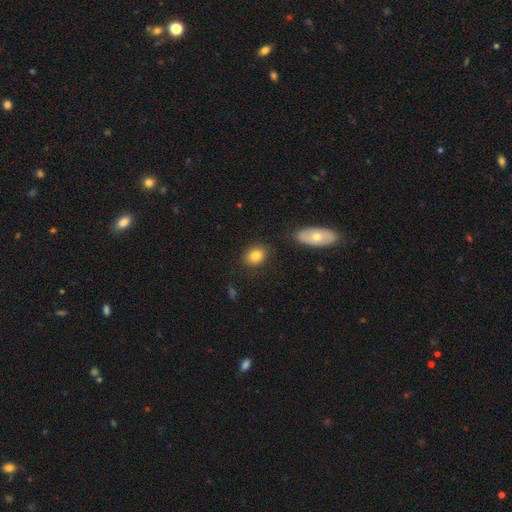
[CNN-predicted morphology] Overall: smooth (81%). How rounded: in between (52%; round 46%). Merging: none (84%).